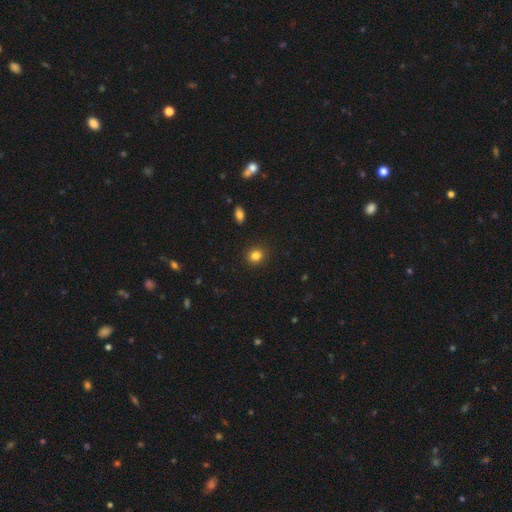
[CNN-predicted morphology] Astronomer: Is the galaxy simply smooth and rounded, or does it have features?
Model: smooth — 83%.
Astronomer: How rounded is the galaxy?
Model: round — 76%.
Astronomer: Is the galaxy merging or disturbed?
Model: none — 90%.